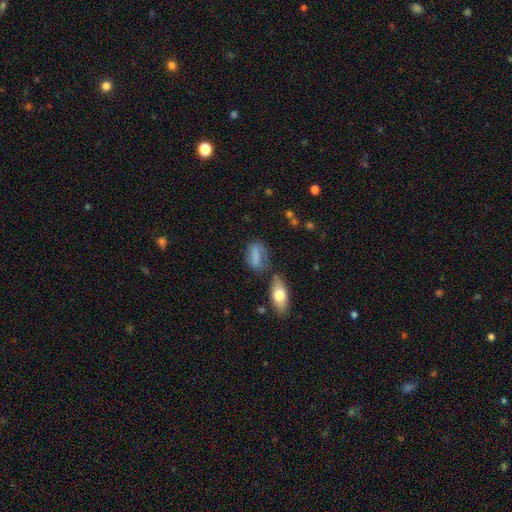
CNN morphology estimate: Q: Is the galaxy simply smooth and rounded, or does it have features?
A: smooth — 73%.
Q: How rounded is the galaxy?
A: in between — 73%.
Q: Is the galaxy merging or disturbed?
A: none — 52%.